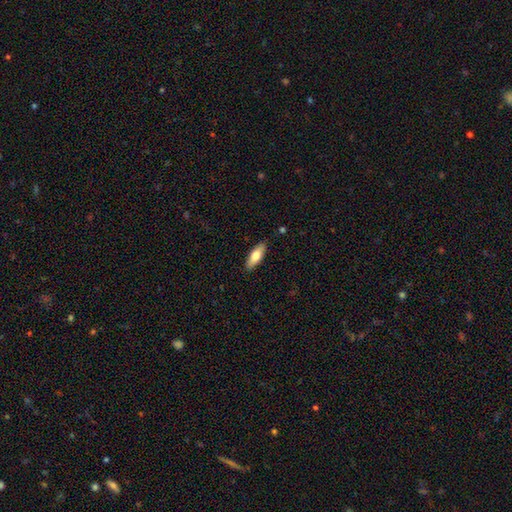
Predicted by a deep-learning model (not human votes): A smooth galaxy with no disk features (73%) that is in between round and cigar-shaped (69%).

Vote fractions:
- Smooth or featured? smooth: 73% / featured or disk: 21% / star or artifact: 6%
- How rounded? in between: 69% / cigar-shaped: 29% / round: 2%
- Merging? none: 88% / minor disturbance: 9% / major disturbance: 2% / merger: 1%